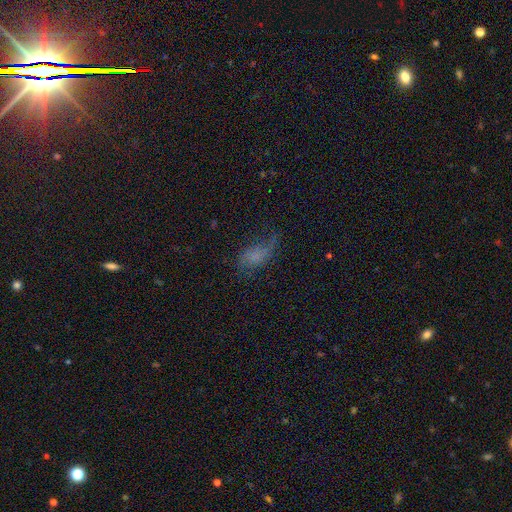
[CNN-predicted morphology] This is marginally a smooth galaxy (44%). Merging: marginally none (42%).